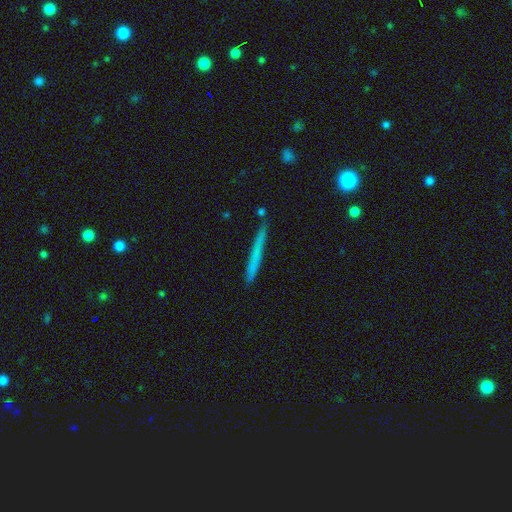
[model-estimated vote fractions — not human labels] smooth-or-featured: smooth: 60% | featured or disk: 33% | star or artifact: 7%
  how-rounded: cigar-shaped: 97% | in between: 2% | round: 1%
  merging: none: 86% | minor disturbance: 10% | merger: 2% | major disturbance: 2%